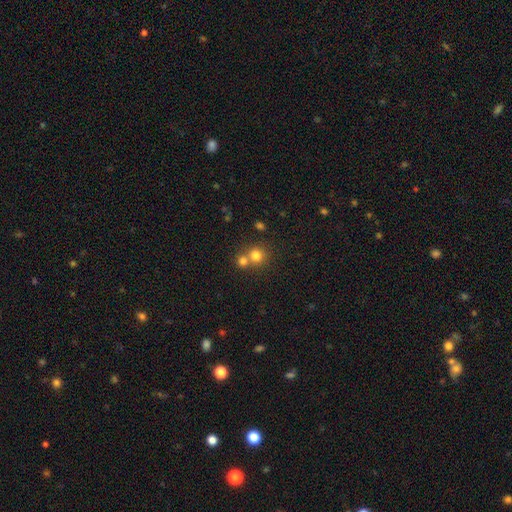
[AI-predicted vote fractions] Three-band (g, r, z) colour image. It shows a smooth galaxy with no disk features (77%) that is round (89%). Merging: none (50%).